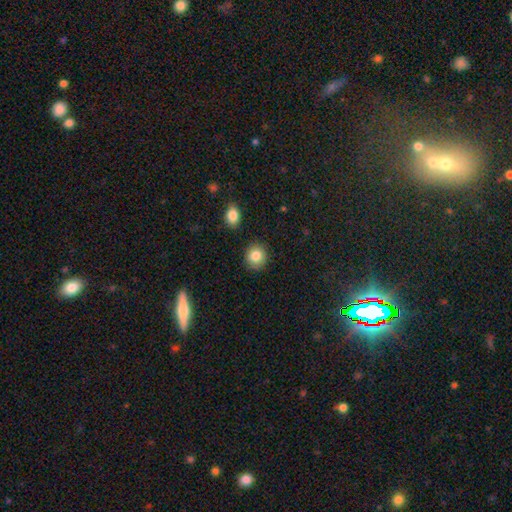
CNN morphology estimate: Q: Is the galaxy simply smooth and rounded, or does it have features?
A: smooth — 84%.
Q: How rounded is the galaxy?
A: round — 81%.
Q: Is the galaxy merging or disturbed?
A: none — 88%.